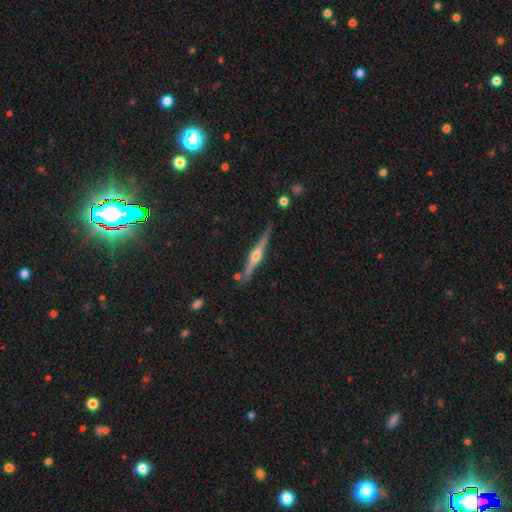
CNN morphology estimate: Smooth or featured? Predicted: featured or disk (p=0.79). Edge-on disk? Predicted: yes (p=0.98). Edge-on bulge? Predicted: rounded (p=0.94). Merging? Predicted: none (p=0.83).